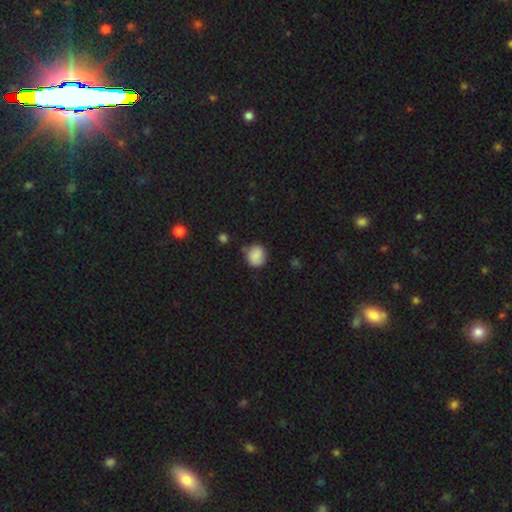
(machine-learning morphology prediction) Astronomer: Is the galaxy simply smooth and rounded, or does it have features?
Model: smooth — 84%.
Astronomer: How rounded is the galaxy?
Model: round — 82%.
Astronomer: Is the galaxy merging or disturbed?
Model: none — 76%.